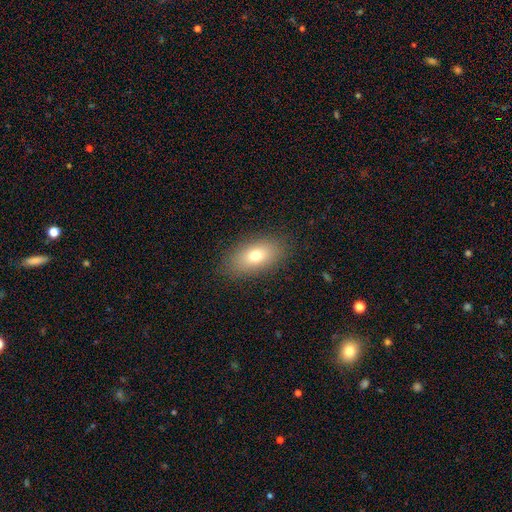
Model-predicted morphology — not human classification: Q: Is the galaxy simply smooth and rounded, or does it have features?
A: smooth — 74%.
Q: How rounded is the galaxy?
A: in between — 87%.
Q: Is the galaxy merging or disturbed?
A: none — 86%.